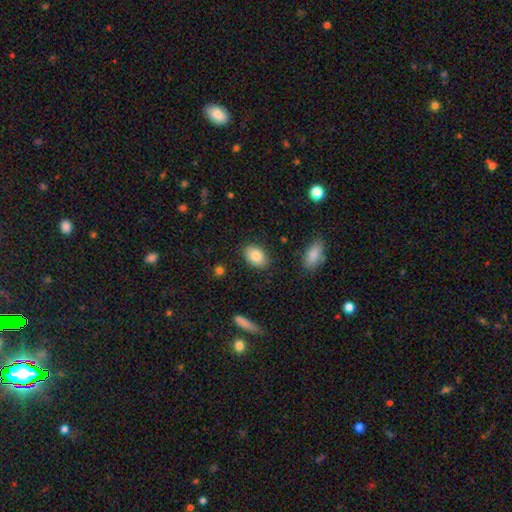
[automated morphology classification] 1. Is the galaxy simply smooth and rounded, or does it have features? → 85% smooth, 7% featured or disk, 7% star or artifact.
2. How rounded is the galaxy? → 86% in between, 12% round, 1% cigar-shaped.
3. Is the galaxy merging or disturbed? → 86% none, 10% minor disturbance, 3% major disturbance, 2% merger.